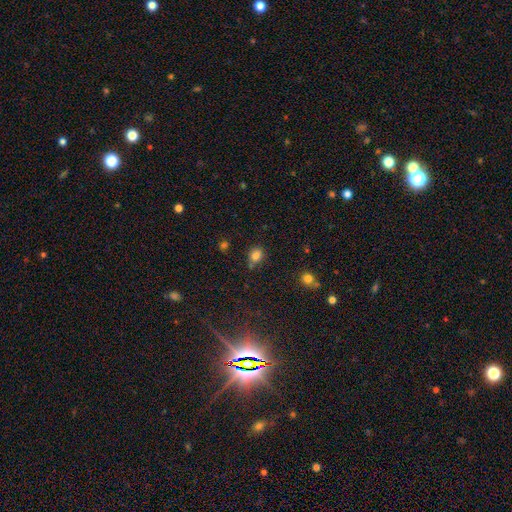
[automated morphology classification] smooth_or_featured: smooth (p=0.79) [alt: star or artifact p=0.14]
how_rounded: round (p=0.50) [alt: in between p=0.48]
merging: none (p=0.64) [alt: minor disturbance p=0.21]